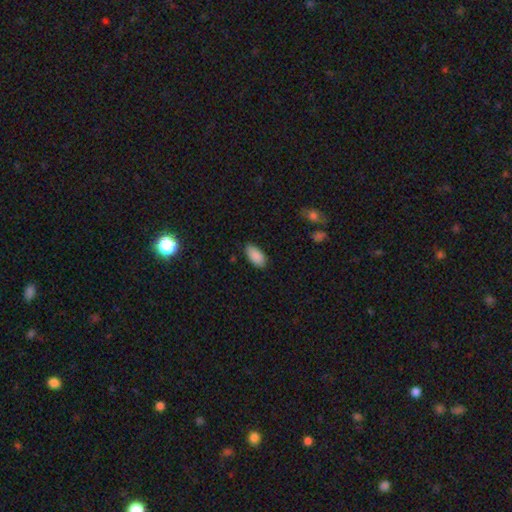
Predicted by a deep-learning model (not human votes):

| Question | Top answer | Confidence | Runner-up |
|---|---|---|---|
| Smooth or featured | smooth | 89% | star or artifact (7%) |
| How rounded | in between | 94% | cigar-shaped (4%) |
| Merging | none | 84% | minor disturbance (12%) |